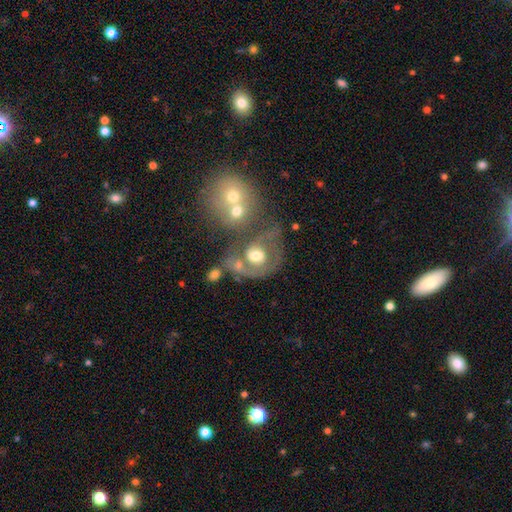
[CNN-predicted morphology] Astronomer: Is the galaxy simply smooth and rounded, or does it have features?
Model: featured or disk — 54% (runner-up: smooth, 36%).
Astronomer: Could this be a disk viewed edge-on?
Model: no — 97%.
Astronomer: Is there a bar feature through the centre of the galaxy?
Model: no — 78%.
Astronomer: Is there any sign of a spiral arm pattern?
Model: yes — 52% (runner-up: no, 48%).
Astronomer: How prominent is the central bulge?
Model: moderate — 62%.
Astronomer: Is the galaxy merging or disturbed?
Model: merger — 42% (runner-up: none, 26%).